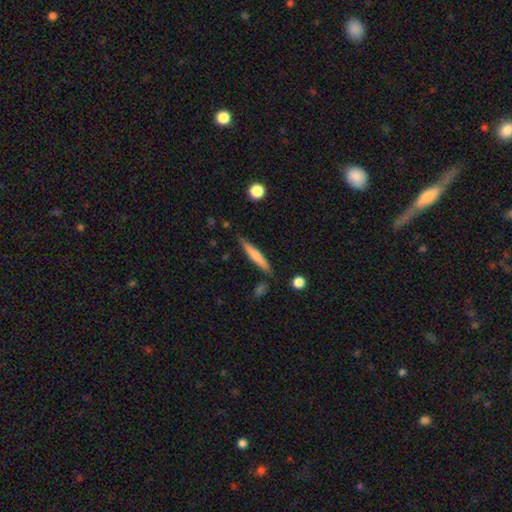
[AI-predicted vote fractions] This is likely a smooth galaxy (62%). How rounded: clearly cigar-shaped (91%). Merging: likely none (79%).